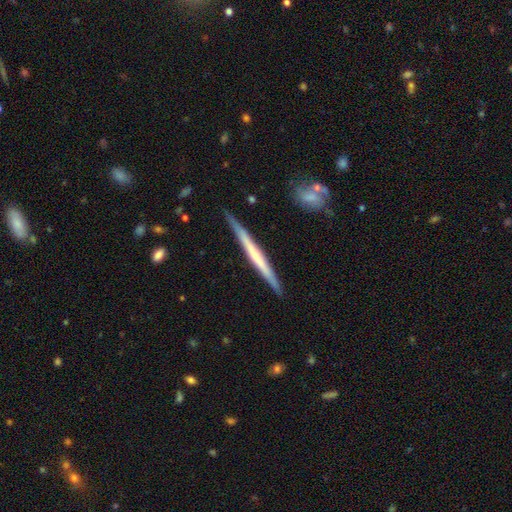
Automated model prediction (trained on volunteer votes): The model was most divided on "smooth or featured": featured or disk: 59%, smooth: 35%, star or artifact: 5%. More confident: edge-on disk — yes (97%); merging — none (88%); edge-on bulge — none (72%).